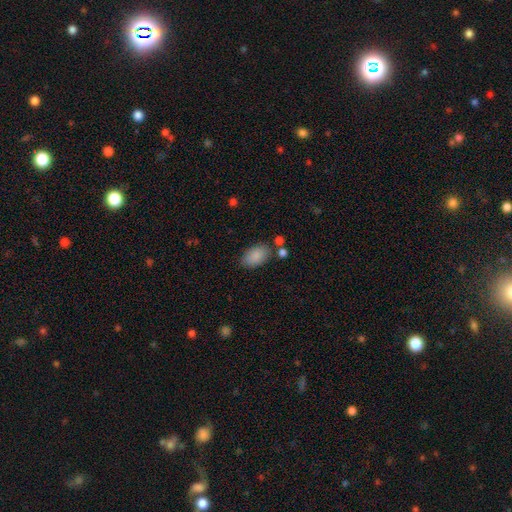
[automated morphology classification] A smooth galaxy with no disk features (87%) that is in between round and cigar-shaped (93%). Merging: none (77%).